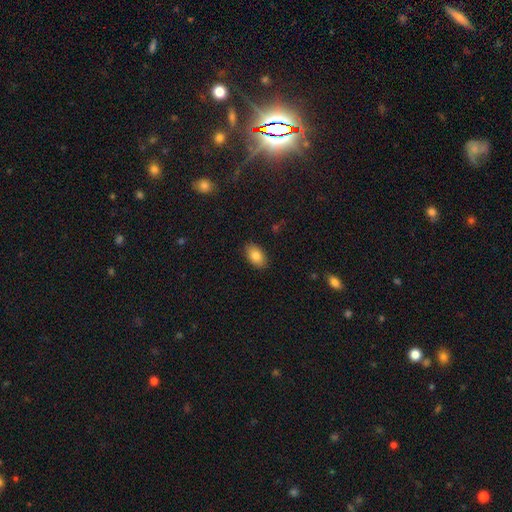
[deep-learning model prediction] smooth-or-featured: smooth: 82% | featured or disk: 10% | star or artifact: 8%
  how-rounded: in between: 91% | round: 7% | cigar-shaped: 2%
  merging: none: 89% | minor disturbance: 8% | major disturbance: 2% | merger: 1%